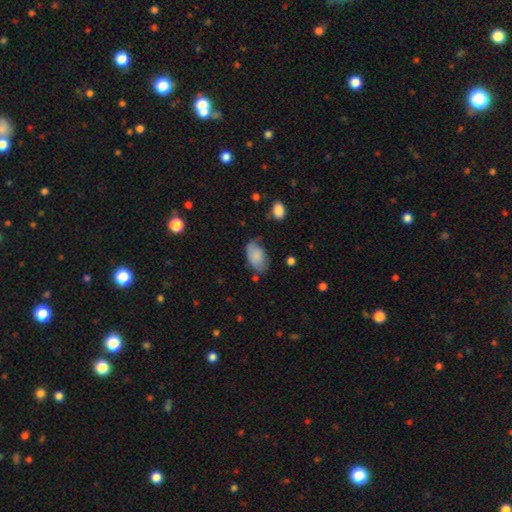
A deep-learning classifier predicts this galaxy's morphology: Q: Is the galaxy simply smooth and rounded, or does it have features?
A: smooth — 80%.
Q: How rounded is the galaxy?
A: in between — 93%.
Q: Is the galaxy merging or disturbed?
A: none — 57%.